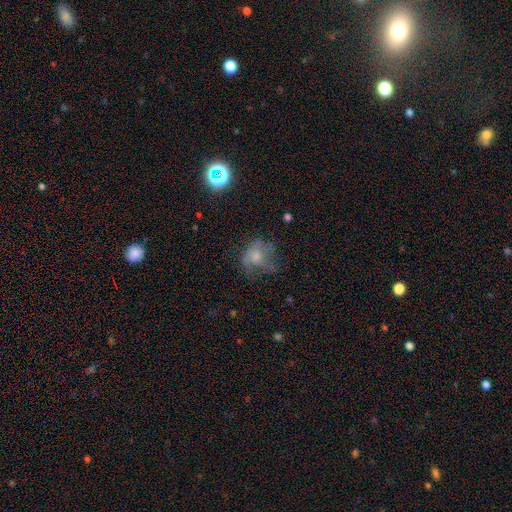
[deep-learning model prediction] Smooth or featured? smooth (51%)
How rounded? round (56%)
Merging? major disturbance (37%)